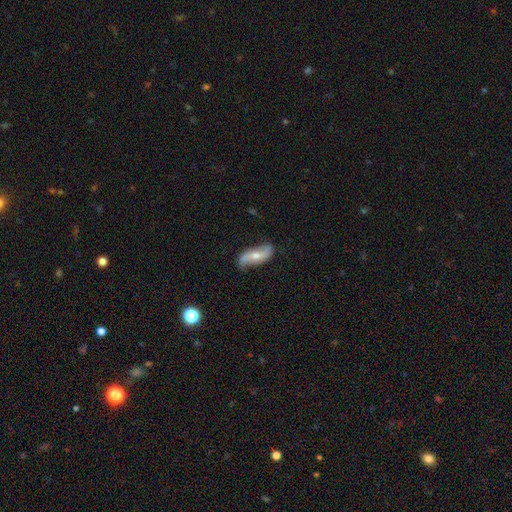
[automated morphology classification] The model was most divided on "bulge size": moderate: 50%, small: 45%, large: 2%, none: 2%, dominant: 1%. Remaining: spiral arm count — 2 (91%); spiral arms — yes (88%); edge-on disk — no (87%); spiral winding — loose (77%); merging — none (75%); smooth or featured — featured or disk (67%); bar — no (49%).